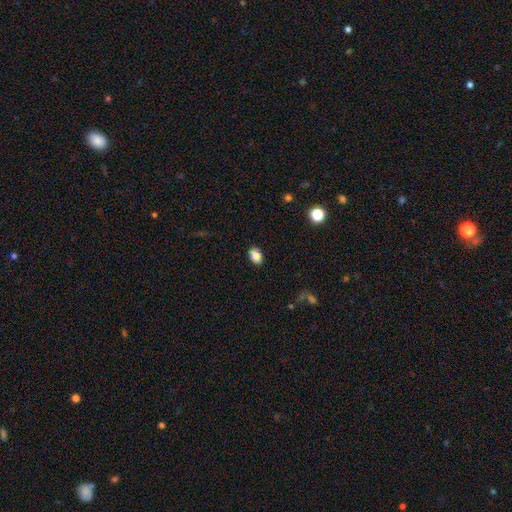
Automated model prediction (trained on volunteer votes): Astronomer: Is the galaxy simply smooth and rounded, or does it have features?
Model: smooth — 87%.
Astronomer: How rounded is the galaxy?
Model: in between — 86%.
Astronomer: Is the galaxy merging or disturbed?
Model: none — 89%.